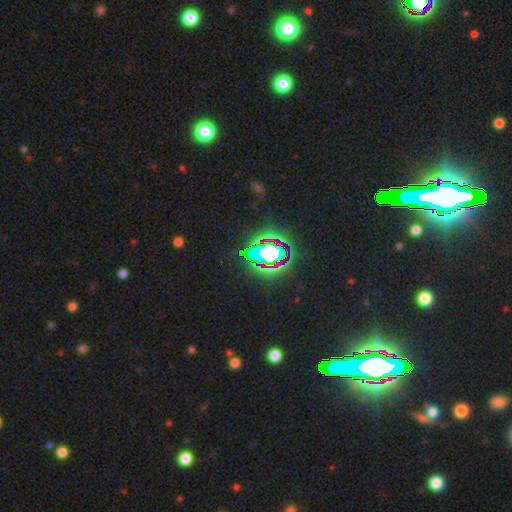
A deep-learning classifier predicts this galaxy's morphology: A star or artifact, not a galaxy (70%).

Vote fractions:
- Smooth or featured? star or artifact: 70% / smooth: 18% / featured or disk: 12%